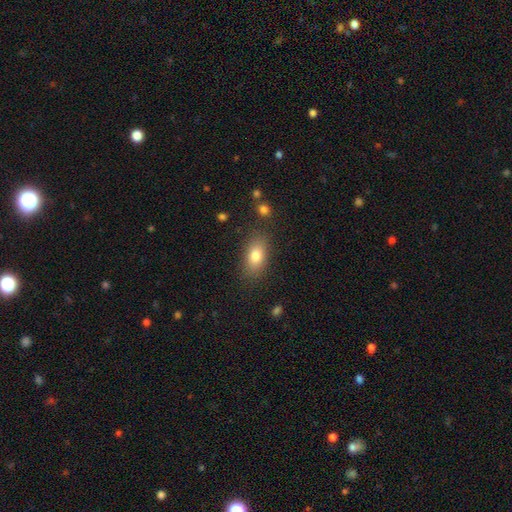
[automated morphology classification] Smooth or featured? smooth (80%)
How rounded? in between (86%)
Merging? none (83%)